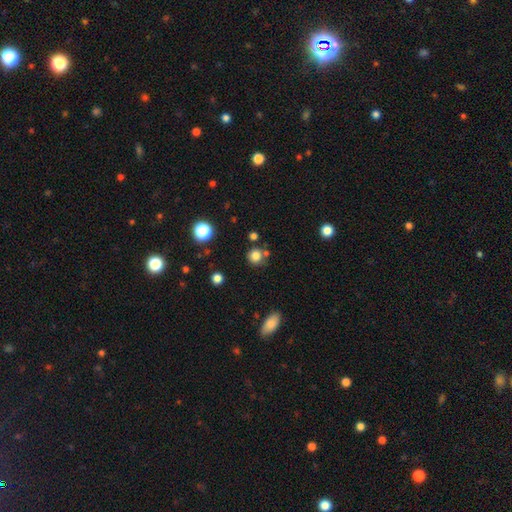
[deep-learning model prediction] A smooth galaxy with no disk features (81%) that is round (89%). Merging: none (72%).